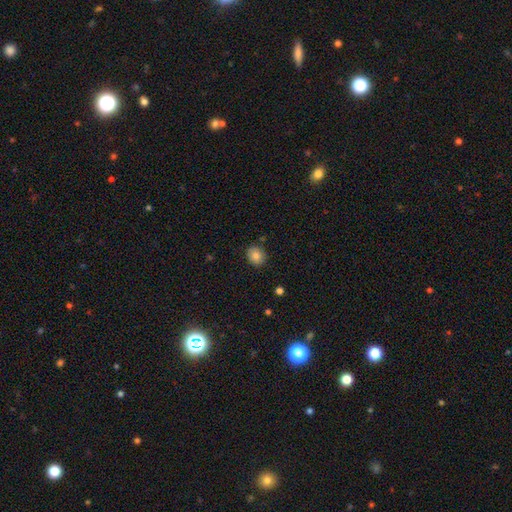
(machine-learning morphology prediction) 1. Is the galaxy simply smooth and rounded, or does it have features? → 80% smooth, 10% featured or disk, 10% star or artifact.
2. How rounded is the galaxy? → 79% round, 20% in between, 1% cigar-shaped.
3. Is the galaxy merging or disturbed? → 87% none, 9% minor disturbance, 2% major disturbance, 2% merger.